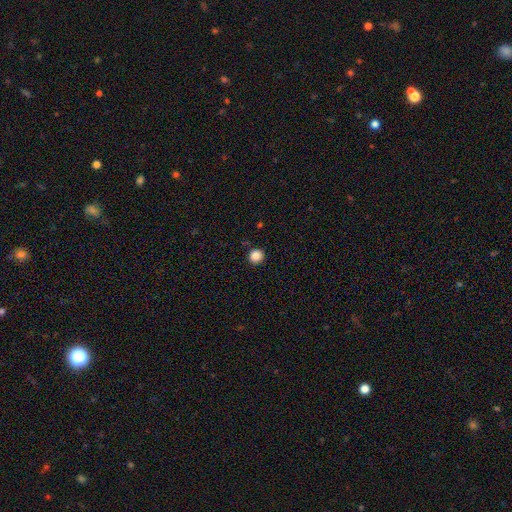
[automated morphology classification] type=smooth (86%); roundness=round (94%); merging=none (91%).